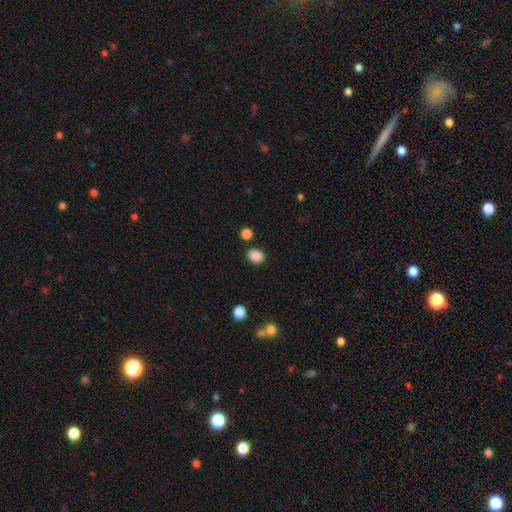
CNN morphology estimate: type=smooth (87%); roundness=in between (52%); merging=none (84%).